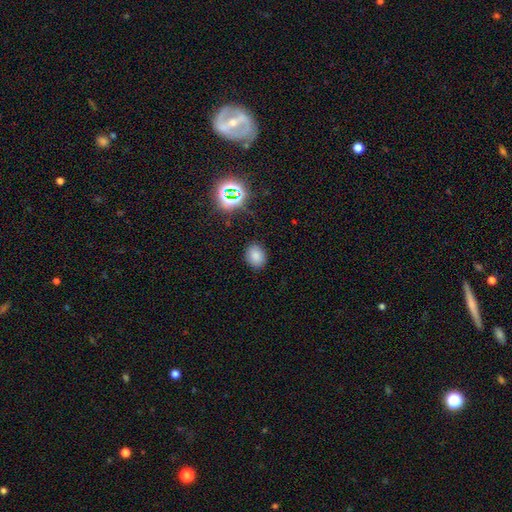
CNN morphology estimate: A smooth galaxy with no disk features (80%) that is in between round and cigar-shaped (55%).

Vote fractions:
- Smooth or featured? smooth: 80% / star or artifact: 14% / featured or disk: 6%
- How rounded? in between: 55% / round: 44% / cigar-shaped: 1%
- Merging? none: 86% / minor disturbance: 10% / major disturbance: 3% / merger: 1%